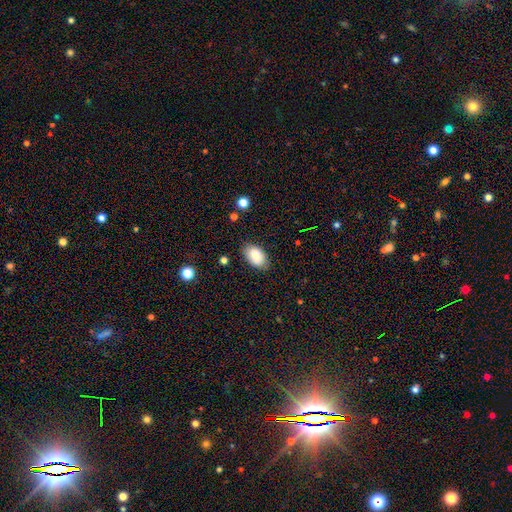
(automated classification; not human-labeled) smooth-or-featured: smooth: 85% | featured or disk: 8% | star or artifact: 7%
  how-rounded: in between: 93% | round: 6% | cigar-shaped: 1%
  merging: none: 82% | minor disturbance: 14% | major disturbance: 3% | merger: 1%